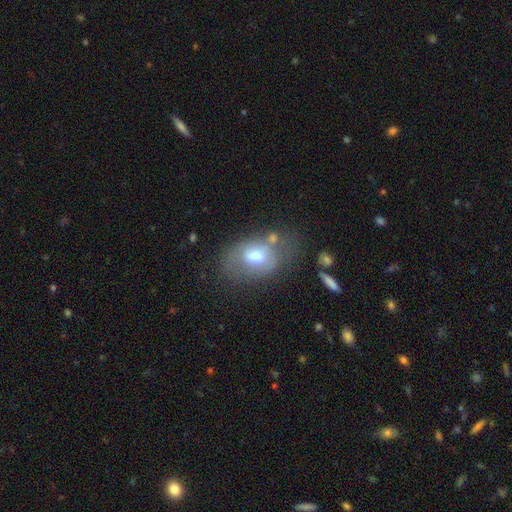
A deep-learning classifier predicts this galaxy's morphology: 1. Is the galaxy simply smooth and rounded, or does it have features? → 61% smooth, 30% featured or disk, 9% star or artifact.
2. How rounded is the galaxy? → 82% in between, 17% round, 1% cigar-shaped.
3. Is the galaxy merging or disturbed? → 46% none, 26% minor disturbance, 16% major disturbance, 11% merger.